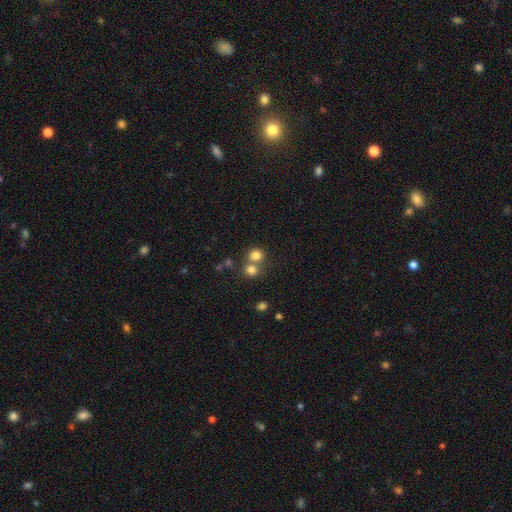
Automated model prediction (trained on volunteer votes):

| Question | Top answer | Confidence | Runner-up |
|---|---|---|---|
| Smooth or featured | smooth | 78% | star or artifact (14%) |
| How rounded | round | 86% | in between (13%) |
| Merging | none | 51% | merger (40%) |